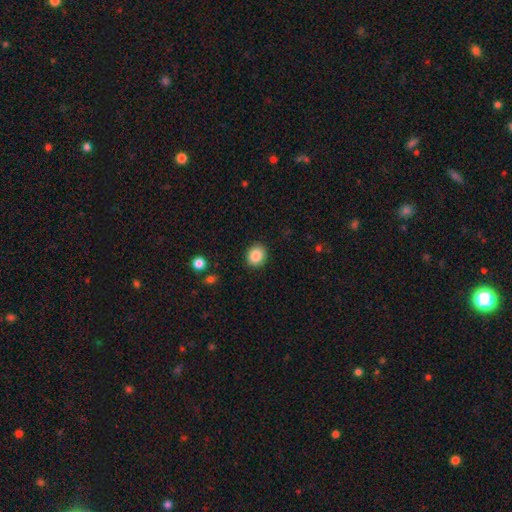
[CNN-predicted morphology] smooth 86%, star or artifact 9%, featured or disk 5%. Down the decision tree: how rounded — round (72%); merging — none (89%).